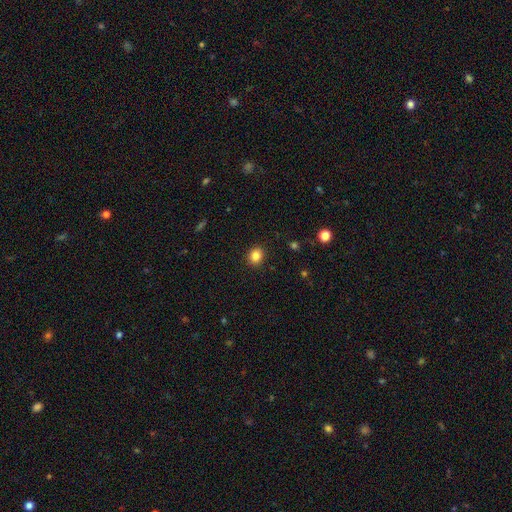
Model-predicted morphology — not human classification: The model was most divided on "how rounded": round: 70%, in between: 29%, cigar-shaped: 1%. More confident: merging — none (91%); smooth or featured — smooth (85%).